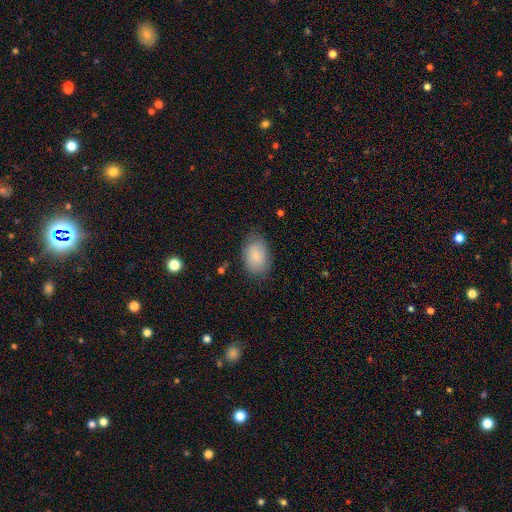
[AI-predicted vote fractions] The model was most divided on "merging": none: 78%, minor disturbance: 17%, major disturbance: 4%, merger: 1%. More confident: how rounded — in between (85%); smooth or featured — smooth (82%).